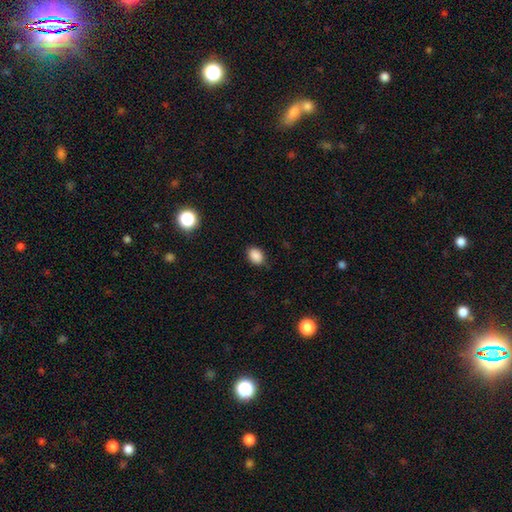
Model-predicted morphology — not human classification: smooth 88%, star or artifact 9%, featured or disk 3%. Down the decision tree: how rounded — in between (75%); merging — none (84%).